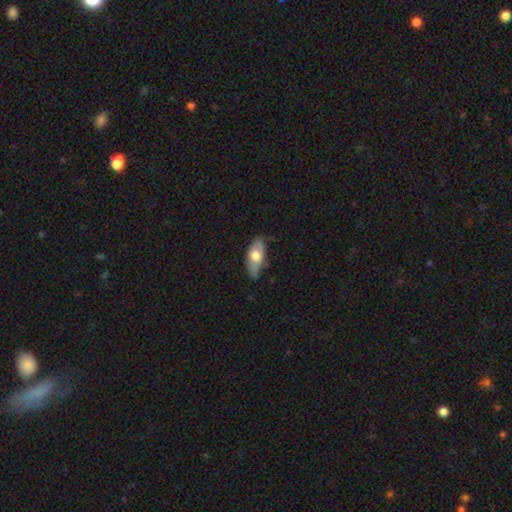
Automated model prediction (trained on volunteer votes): Q: Smooth or featured?
A: smooth (62%); runner-up: featured or disk (32%)
Q: How rounded?
A: in between (84%); runner-up: cigar-shaped (13%)
Q: Merging?
A: none (65%); runner-up: minor disturbance (28%)